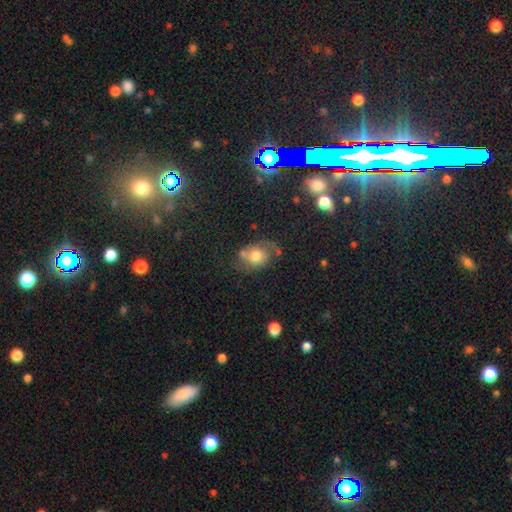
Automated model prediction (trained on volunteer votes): Smooth or featured? smooth (55%)
How rounded? in between (55%)
Merging? none (53%)